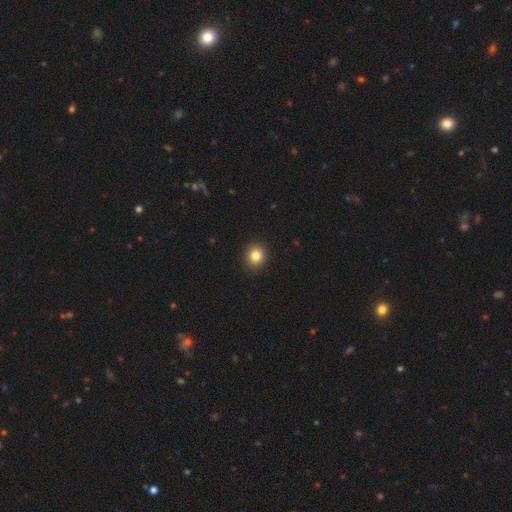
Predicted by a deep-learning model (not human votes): Overall: smooth (83%). How rounded: round (77%). Merging: none (91%).